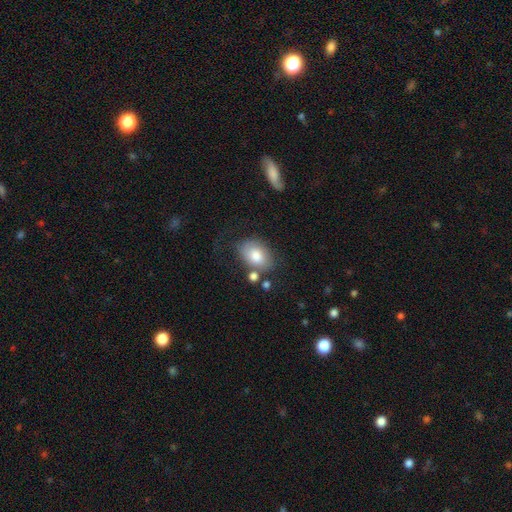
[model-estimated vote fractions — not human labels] Smooth or featured?
  - smooth: 78% *
  - featured or disk: 14%
  - star or artifact: 7%
How rounded?
  - in between: 80% *
  - round: 19%
  - cigar-shaped: 1%
Merging?
  - none: 59% *
  - minor disturbance: 21%
  - major disturbance: 10%
  - merger: 10%